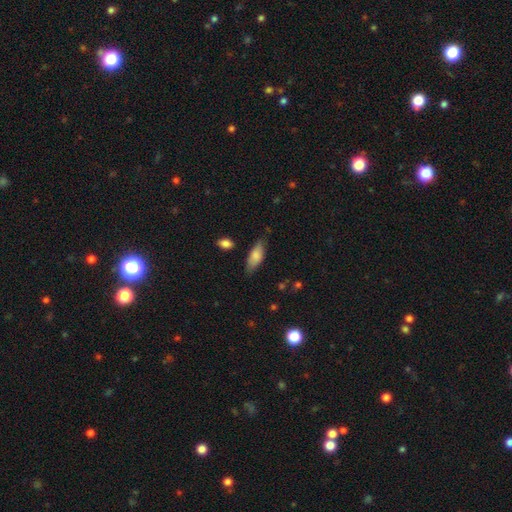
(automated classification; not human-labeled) The model was most divided on "merging": none: 72%, minor disturbance: 22%, major disturbance: 4%, merger: 2%. More confident: smooth or featured — smooth (76%); how rounded — in between (75%).